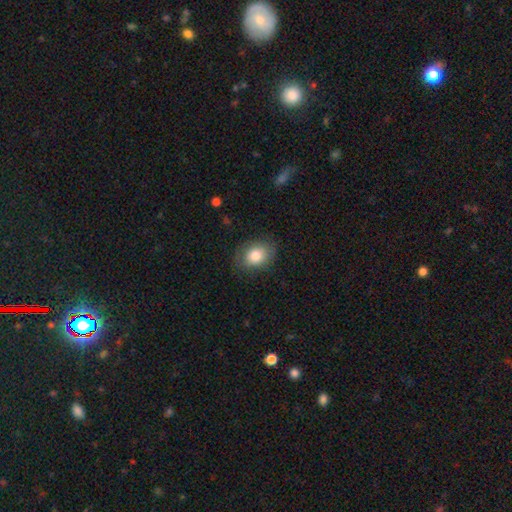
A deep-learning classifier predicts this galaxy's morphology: Smooth or featured? smooth (80%)
How rounded? in between (60%)
Merging? none (80%)